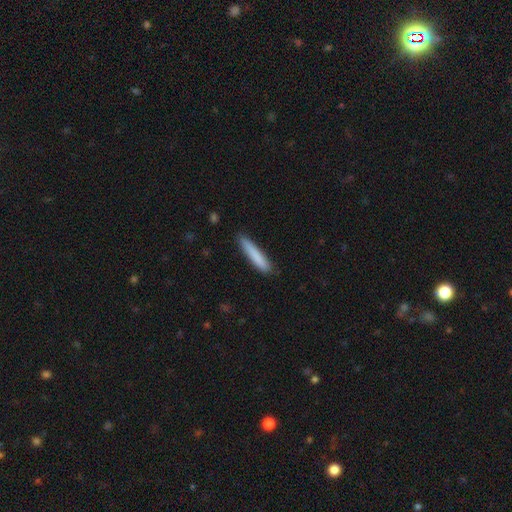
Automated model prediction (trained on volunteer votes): Overall: smooth (83%). How rounded: cigar-shaped (93%). Merging: none (85%).